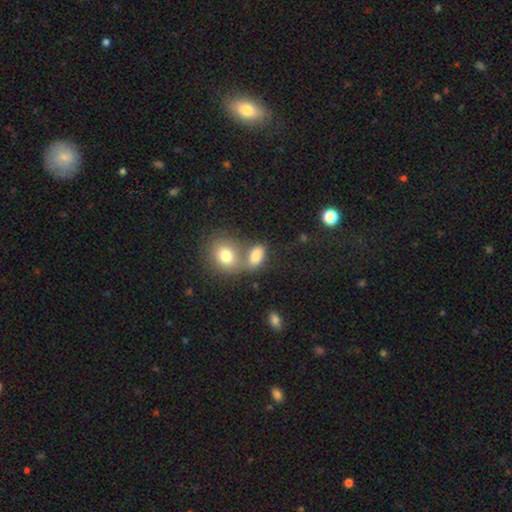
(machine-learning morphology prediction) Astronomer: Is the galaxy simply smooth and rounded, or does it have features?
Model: smooth — 80%.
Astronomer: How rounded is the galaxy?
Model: in between — 79%.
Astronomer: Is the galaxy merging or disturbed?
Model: merger — 49% (runner-up: none, 34%).